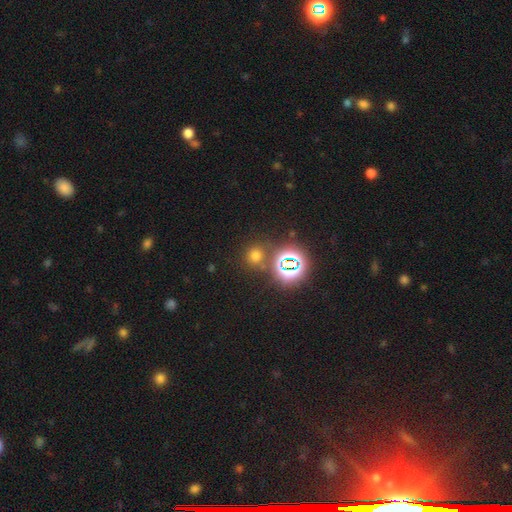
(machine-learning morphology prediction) A smooth galaxy with no disk features (58%) that is round (88%). Merging: none (77%).